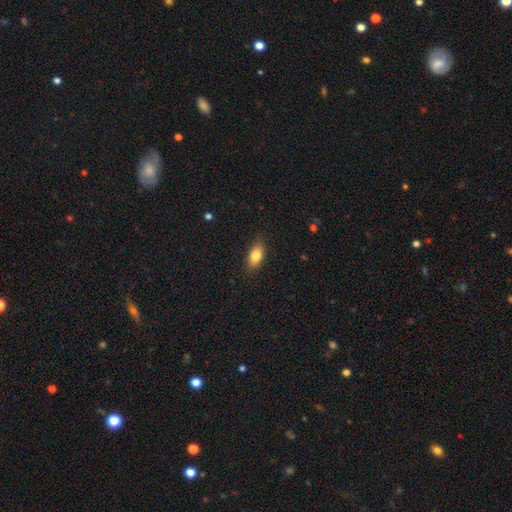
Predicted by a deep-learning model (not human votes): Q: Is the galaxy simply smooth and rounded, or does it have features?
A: smooth — 81%.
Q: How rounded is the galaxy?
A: in between — 86%.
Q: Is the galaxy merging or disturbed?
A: none — 85%.